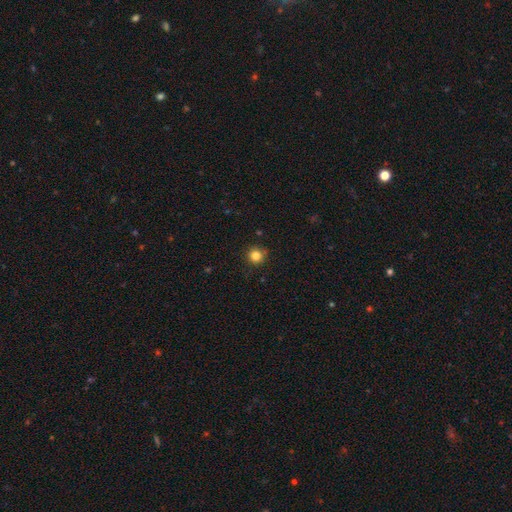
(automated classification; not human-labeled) smooth 83%, star or artifact 13%, featured or disk 4%. Down the decision tree: how rounded — round (95%); merging — none (88%).